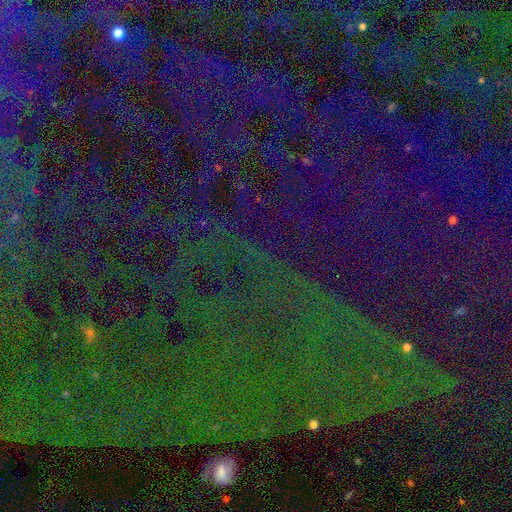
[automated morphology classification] Smooth or featured?
  - star or artifact: 84% *
  - smooth: 9%
  - featured or disk: 7%